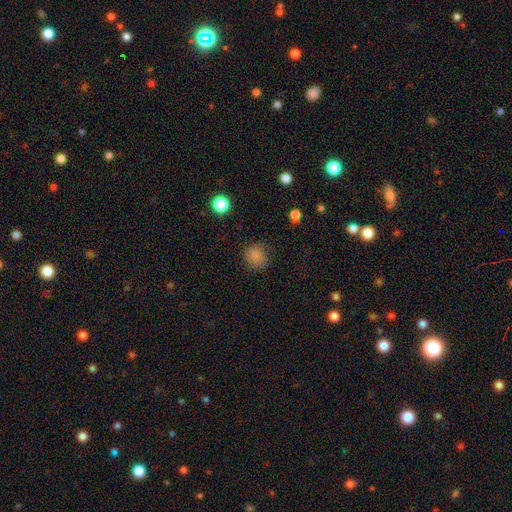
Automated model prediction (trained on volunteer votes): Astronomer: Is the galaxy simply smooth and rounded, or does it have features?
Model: smooth — 83%.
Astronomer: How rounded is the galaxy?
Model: round — 88%.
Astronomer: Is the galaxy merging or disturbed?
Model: none — 78%.